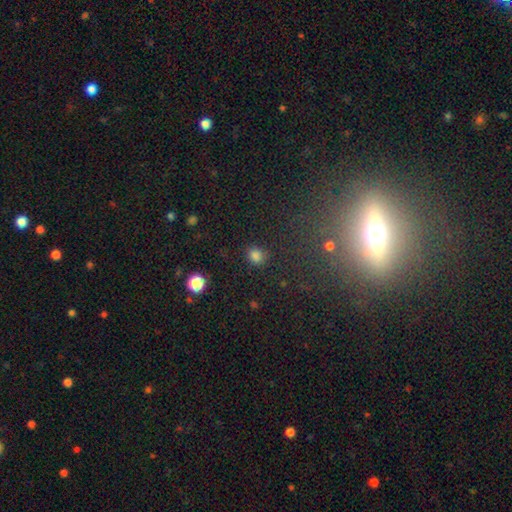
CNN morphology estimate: A smooth galaxy with no disk features (80%) that is round (72%).

Vote fractions:
- Smooth or featured? smooth: 80% / star or artifact: 15% / featured or disk: 4%
- How rounded? round: 72% / in between: 27% / cigar-shaped: 1%
- Merging? none: 84% / minor disturbance: 10% / major disturbance: 3% / merger: 3%